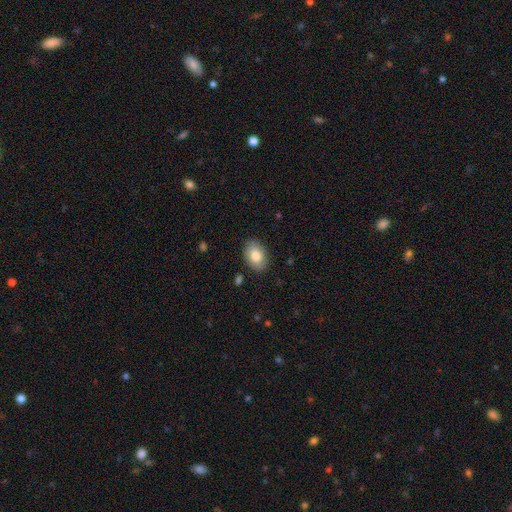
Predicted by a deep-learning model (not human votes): smooth 82%, featured or disk 11%, star or artifact 7%. Down the decision tree: how rounded — in between (83%); merging — none (87%).